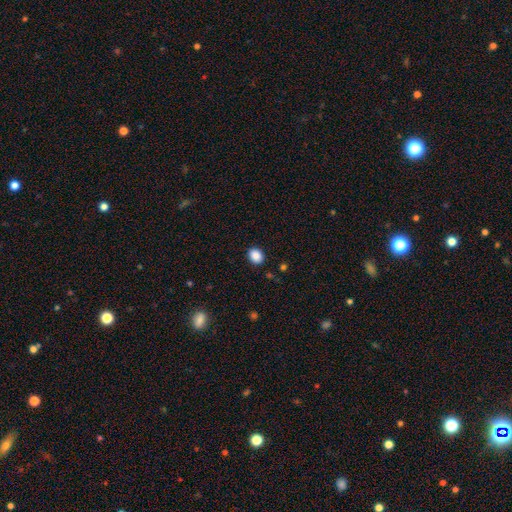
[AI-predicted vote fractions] Morphology: type=smooth (88%); roundness=in between (51%); merging=none (90%).